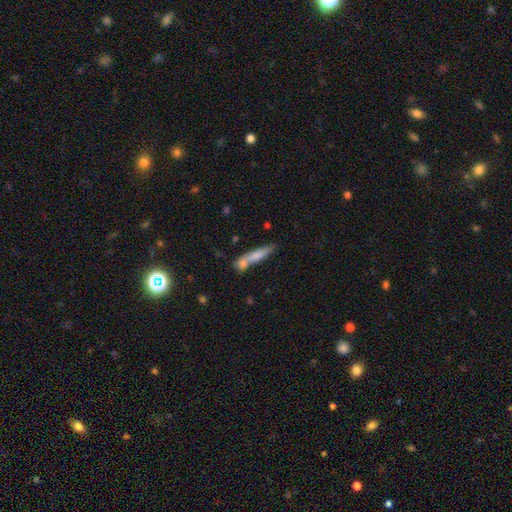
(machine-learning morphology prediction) smooth_or_featured: smooth (p=0.70) [alt: featured or disk p=0.23]
how_rounded: cigar-shaped (p=0.86) [alt: in between p=0.12]
merging: none (p=0.54) [alt: merger p=0.28]